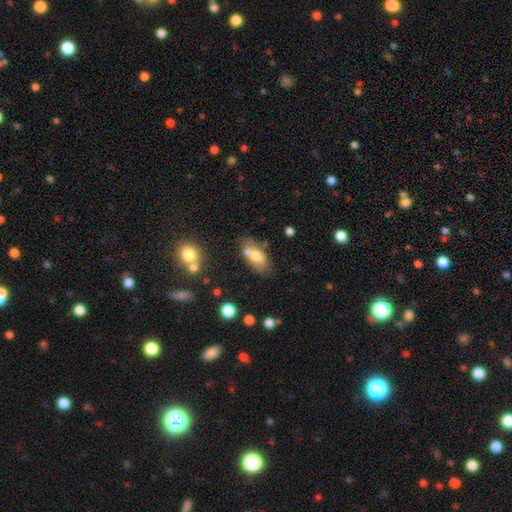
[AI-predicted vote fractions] Smooth or featured? Predicted: smooth (p=0.66). How rounded? Predicted: in between (p=0.87). Merging? Predicted: none (p=0.49).